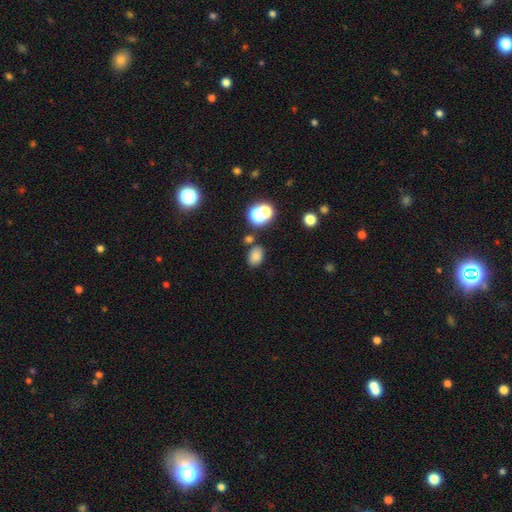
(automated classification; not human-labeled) Smooth or featured: smooth — 77% (star or artifact — 15%)
How rounded: in between — 76% (round — 23%)
Merging: none — 76% (minor disturbance — 12%)